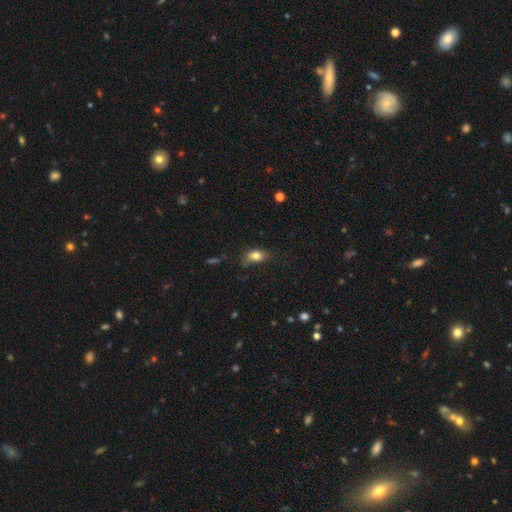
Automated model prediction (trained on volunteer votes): Smooth or featured?
  - smooth: 80% *
  - featured or disk: 11%
  - star or artifact: 9%
How rounded?
  - in between: 84% *
  - round: 12%
  - cigar-shaped: 4%
Merging?
  - none: 55% *
  - minor disturbance: 31%
  - major disturbance: 12%
  - merger: 3%